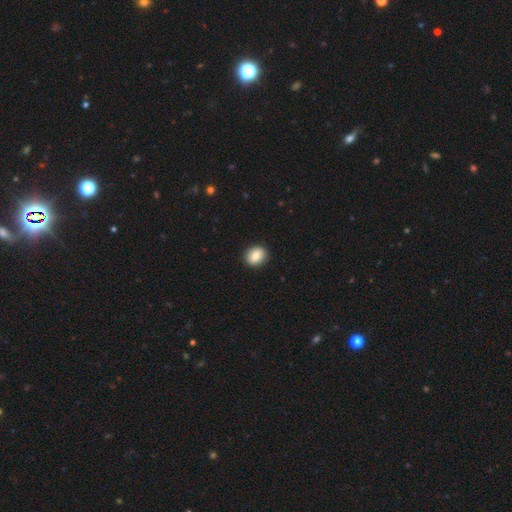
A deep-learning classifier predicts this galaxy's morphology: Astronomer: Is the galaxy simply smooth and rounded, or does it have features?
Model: smooth — 83%.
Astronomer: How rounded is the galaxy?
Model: round — 62% (runner-up: in between, 37%).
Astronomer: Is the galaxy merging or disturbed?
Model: none — 91%.